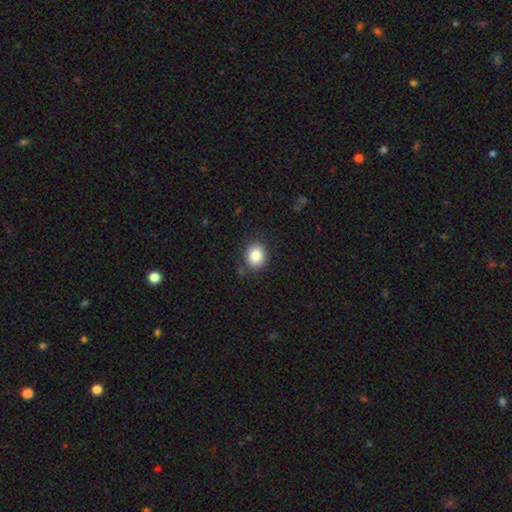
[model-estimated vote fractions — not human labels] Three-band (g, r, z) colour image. It shows a smooth galaxy with no disk features (85%) that is round (64%). Merging: none (86%).